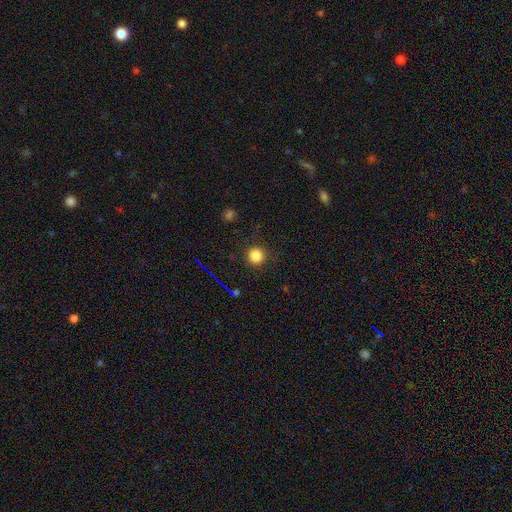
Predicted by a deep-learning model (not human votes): Smooth or featured? Predicted: smooth (p=0.82). How rounded? Predicted: round (p=0.95). Merging? Predicted: none (p=0.88).